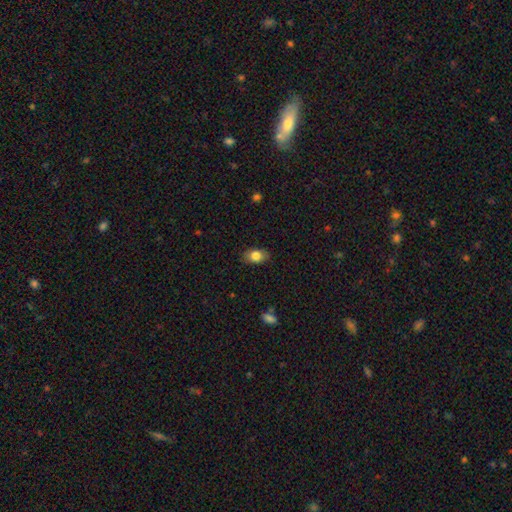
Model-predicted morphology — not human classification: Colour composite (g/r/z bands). It shows a smooth galaxy with no disk features (82%) that is in between round and cigar-shaped (83%). Merging: none (85%).